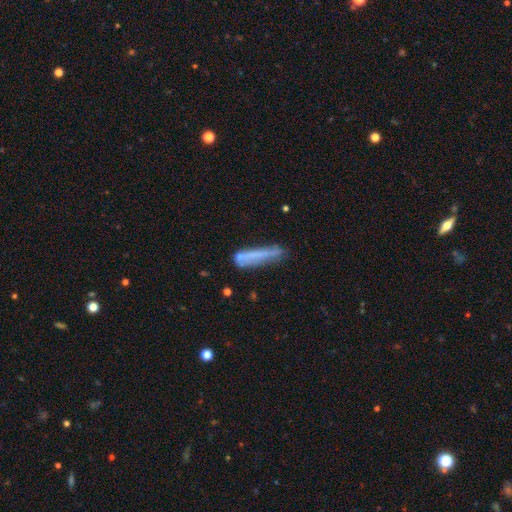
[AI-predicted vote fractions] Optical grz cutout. It shows a smooth galaxy with no disk features (57%) that is cigar-shaped (88%). Merging: none (52%).